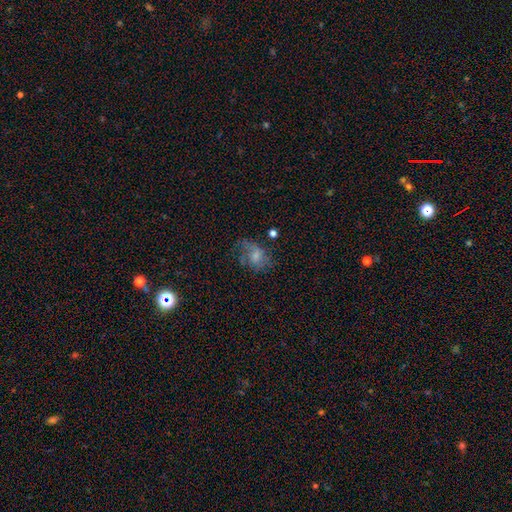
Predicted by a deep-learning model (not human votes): Overall: smooth (45%; featured or disk 42%). Merging: none (44%; major disturbance 29%).